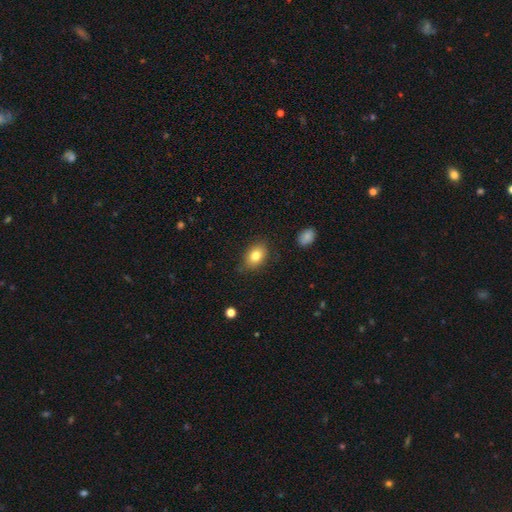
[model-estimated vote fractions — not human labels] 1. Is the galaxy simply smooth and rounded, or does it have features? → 81% smooth, 11% featured or disk, 9% star or artifact.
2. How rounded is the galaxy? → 77% in between, 21% round, 1% cigar-shaped.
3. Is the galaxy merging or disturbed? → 79% none, 16% minor disturbance, 4% major disturbance, 1% merger.